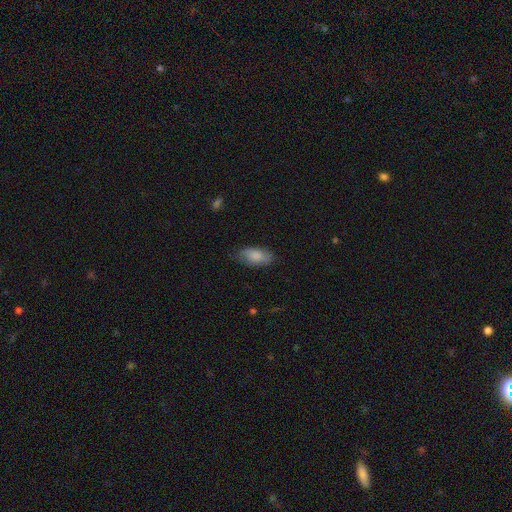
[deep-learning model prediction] smooth-or-featured: smooth: 79% | featured or disk: 14% | star or artifact: 6%
  how-rounded: in between: 91% | cigar-shaped: 6% | round: 3%
  merging: none: 76% | minor disturbance: 19% | major disturbance: 4% | merger: 1%